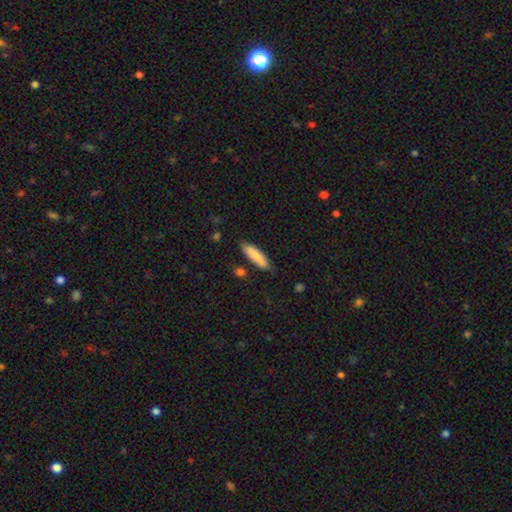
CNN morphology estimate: A smooth galaxy with no disk features (84%) that is cigar-shaped (67%).

Vote fractions:
- Smooth or featured? smooth: 84% / featured or disk: 10% / star or artifact: 6%
- How rounded? cigar-shaped: 67% / in between: 32% / round: 2%
- Merging? none: 80% / minor disturbance: 14% / merger: 3% / major disturbance: 3%